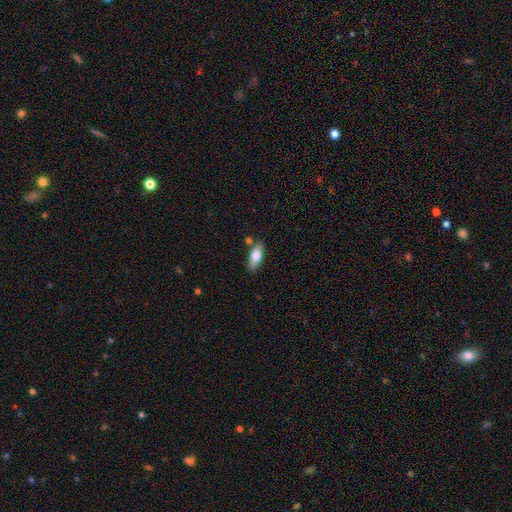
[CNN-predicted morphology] smooth 74%, featured or disk 20%, star or artifact 6%. Down the decision tree: how rounded — in between (73%); merging — none (79%).